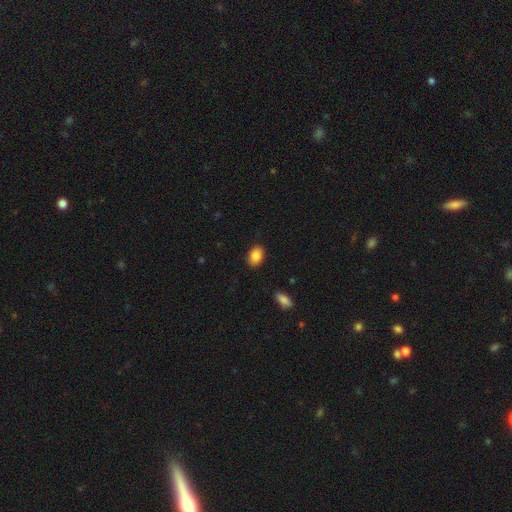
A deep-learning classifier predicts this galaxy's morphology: smooth-or-featured: smooth: 87% | star or artifact: 8% | featured or disk: 5%
  how-rounded: in between: 85% | round: 14% | cigar-shaped: 1%
  merging: none: 88% | minor disturbance: 9% | major disturbance: 2% | merger: 1%